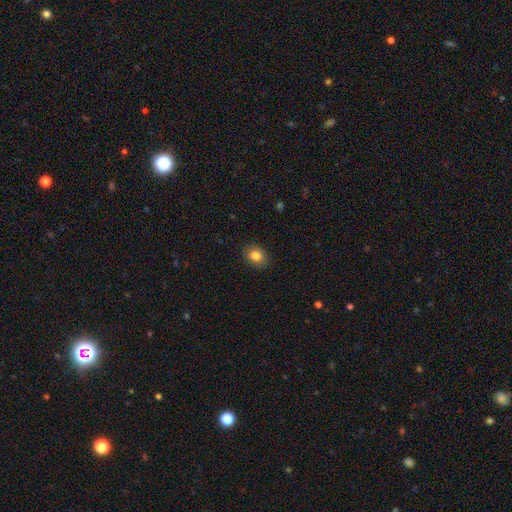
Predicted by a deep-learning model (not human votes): A smooth galaxy with no disk features (84%) that is in between round and cigar-shaped (55%).

Vote fractions:
- Smooth or featured? smooth: 84% / star or artifact: 9% / featured or disk: 7%
- How rounded? in between: 55% / round: 44% / cigar-shaped: 1%
- Merging? none: 86% / minor disturbance: 10% / major disturbance: 3% / merger: 1%